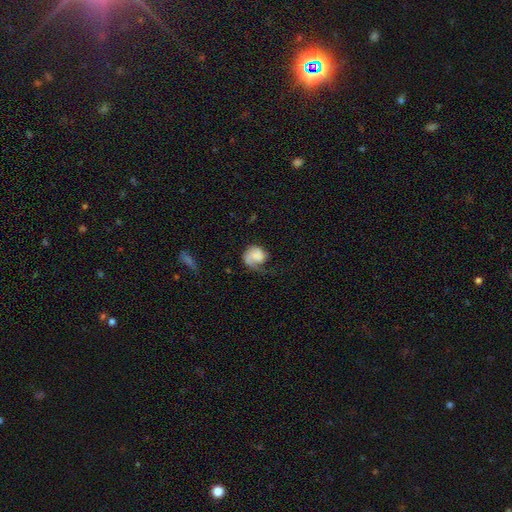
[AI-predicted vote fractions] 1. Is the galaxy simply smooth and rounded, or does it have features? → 53% featured or disk, 39% smooth, 7% star or artifact.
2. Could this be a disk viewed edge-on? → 98% no, 2% yes.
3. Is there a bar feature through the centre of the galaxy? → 69% no, 26% weak, 5% strong.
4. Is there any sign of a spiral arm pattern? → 87% yes, 13% no.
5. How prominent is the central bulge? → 42% none, 21% small, 18% moderate, 14% large, 5% dominant.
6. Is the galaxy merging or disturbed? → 37% major disturbance (tied), 37% none (tied), 23% minor disturbance, 2% merger.